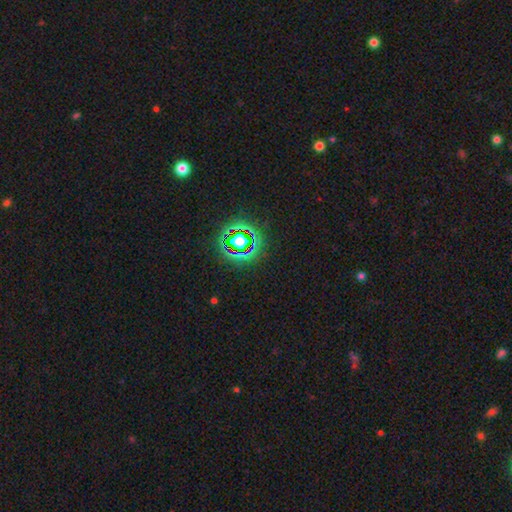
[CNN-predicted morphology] Smooth or featured?
  - star or artifact: 72% *
  - smooth: 19%
  - featured or disk: 8%